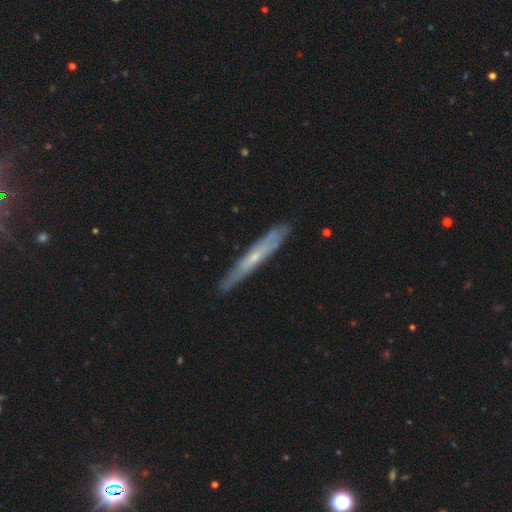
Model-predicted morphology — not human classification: Q: Smooth or featured?
A: featured or disk (60%); runner-up: smooth (34%)
Q: Edge-on disk?
A: yes (85%); runner-up: no (15%)
Q: Edge-on bulge?
A: none (52%); runner-up: rounded (45%)
Q: Merging?
A: none (86%); runner-up: minor disturbance (11%)